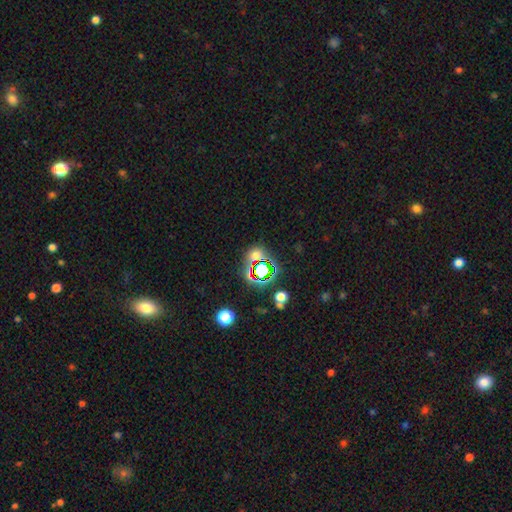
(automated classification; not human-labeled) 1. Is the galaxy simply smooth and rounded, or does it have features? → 47% star or artifact, 44% smooth, 9% featured or disk.